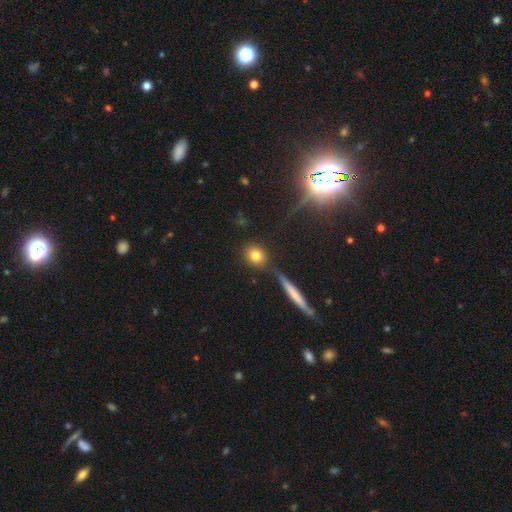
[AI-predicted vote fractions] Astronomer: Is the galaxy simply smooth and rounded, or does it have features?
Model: smooth — 80%.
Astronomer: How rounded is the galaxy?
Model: round — 78%.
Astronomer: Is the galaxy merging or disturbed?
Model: none — 81%.